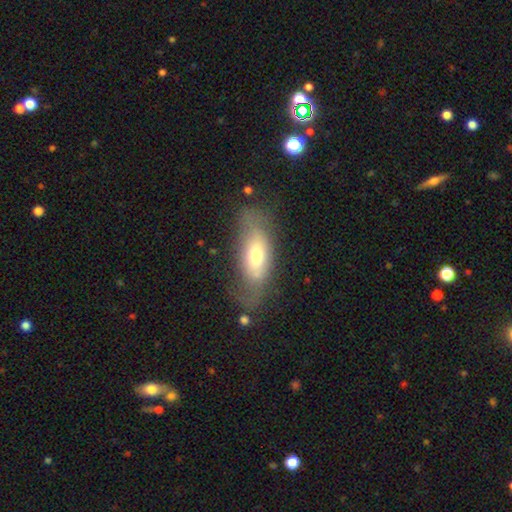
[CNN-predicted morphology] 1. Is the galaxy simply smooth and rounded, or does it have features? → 54% smooth, 38% featured or disk, 7% star or artifact.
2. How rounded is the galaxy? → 77% in between, 20% cigar-shaped, 3% round.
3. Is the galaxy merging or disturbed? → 55% none, 26% minor disturbance, 15% major disturbance, 4% merger.